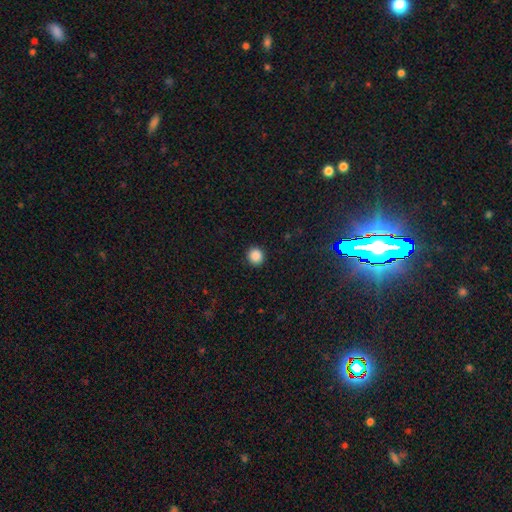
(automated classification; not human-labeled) smooth 88%, star or artifact 10%, featured or disk 2%. Down the decision tree: how rounded — round (92%); merging — none (92%).